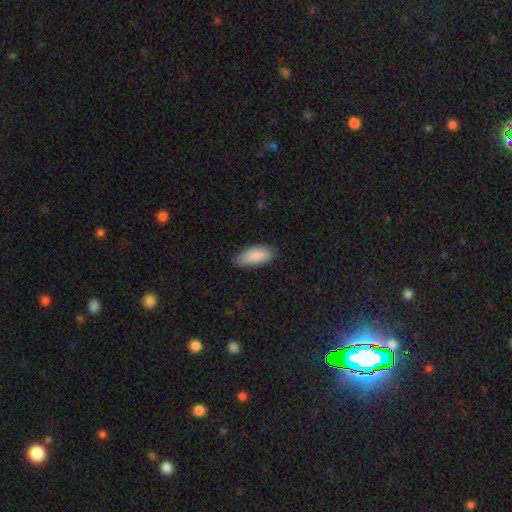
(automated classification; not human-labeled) This is clearly a smooth galaxy (87%). How rounded: clearly in between (86%). Merging: clearly none (80%).